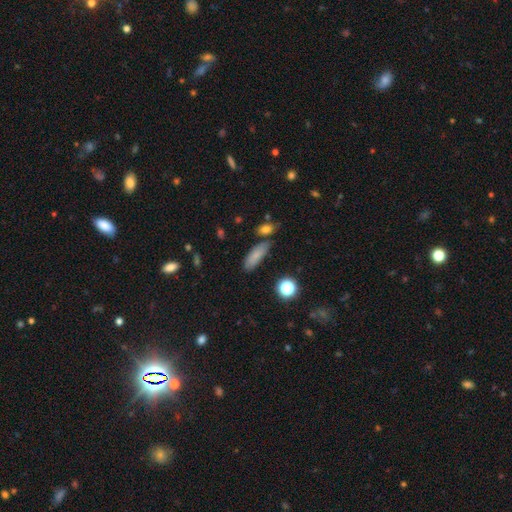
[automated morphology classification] This is likely a smooth galaxy (80%). How rounded: likely in between (61%). Merging: likely none (75%).